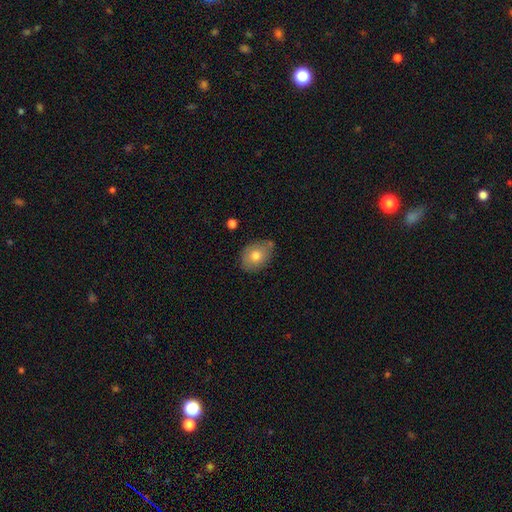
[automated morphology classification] This is likely a smooth galaxy (75%). How rounded: likely in between (66%). Merging: likely none (67%).